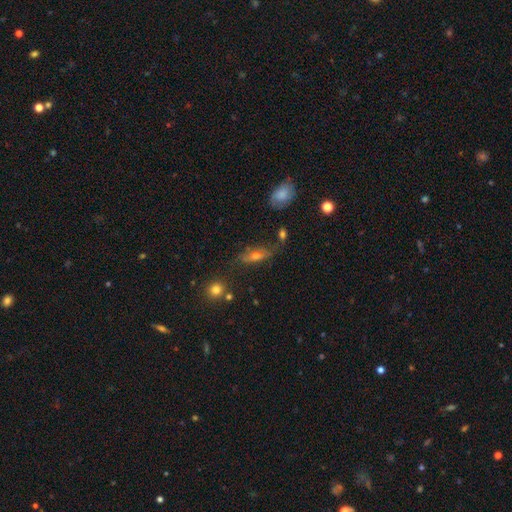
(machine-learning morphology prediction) type=smooth (44%); merging=none (61%).